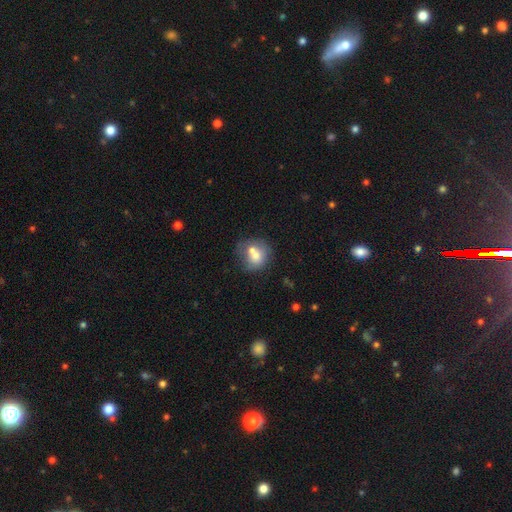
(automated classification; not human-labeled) A smooth galaxy with no disk features (68%) that is round (73%).

Vote fractions:
- Smooth or featured? smooth: 68% / featured or disk: 24% / star or artifact: 8%
- How rounded? round: 73% / in between: 26% / cigar-shaped: 1%
- Merging? merger: 46% / none: 35% / minor disturbance: 13% / major disturbance: 6%